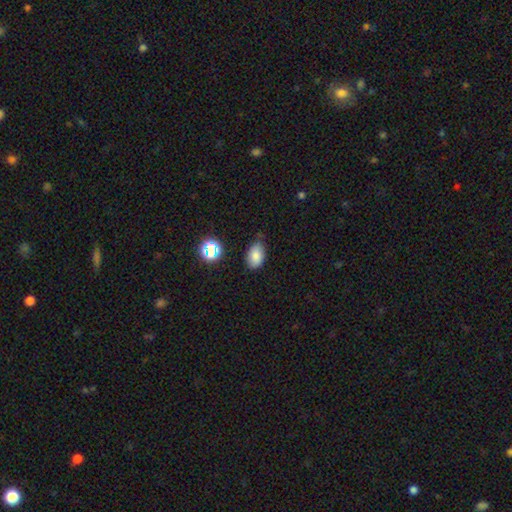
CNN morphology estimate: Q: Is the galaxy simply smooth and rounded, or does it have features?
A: smooth — 79%.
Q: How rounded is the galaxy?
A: in between — 88%.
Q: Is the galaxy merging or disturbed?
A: none — 70%.